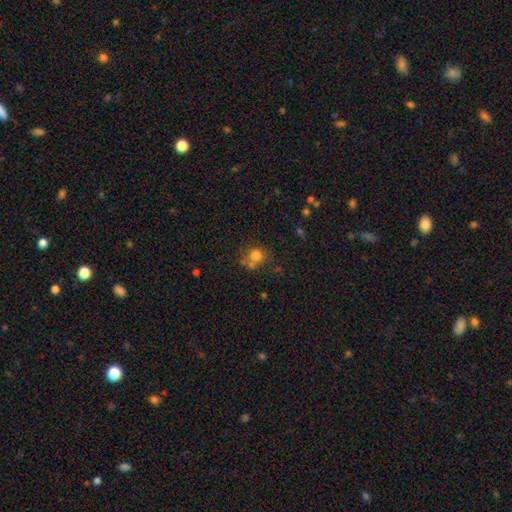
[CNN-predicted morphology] This appears to be a smooth galaxy with no disk features (76%) that is round (85%). Merging: none (57%).